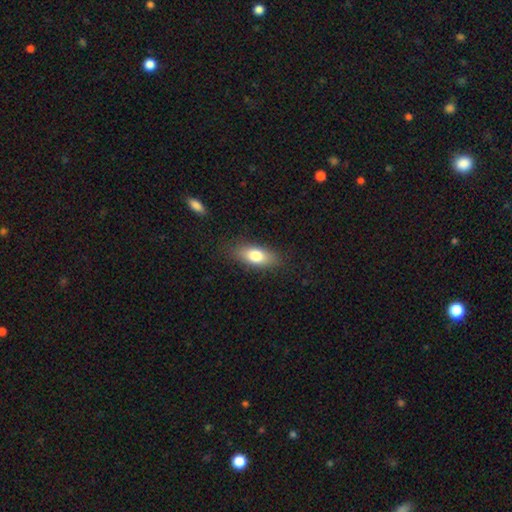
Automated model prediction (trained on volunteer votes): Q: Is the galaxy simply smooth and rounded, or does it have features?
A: smooth — 76%.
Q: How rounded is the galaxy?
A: in between — 78%.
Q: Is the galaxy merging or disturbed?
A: none — 84%.